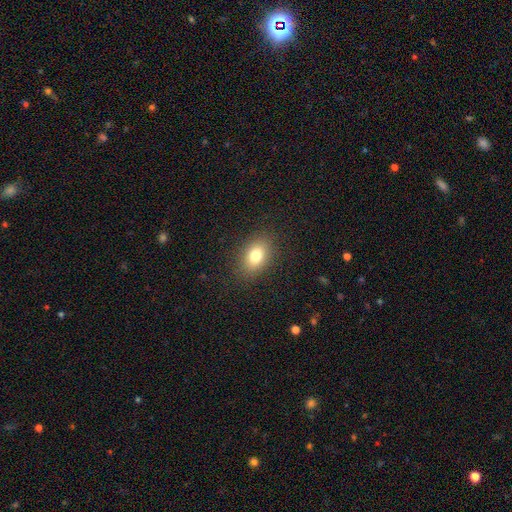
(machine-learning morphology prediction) Q: Smooth or featured?
A: smooth (78%); runner-up: featured or disk (11%)
Q: How rounded?
A: in between (79%); runner-up: round (19%)
Q: Merging?
A: none (87%); runner-up: minor disturbance (9%)